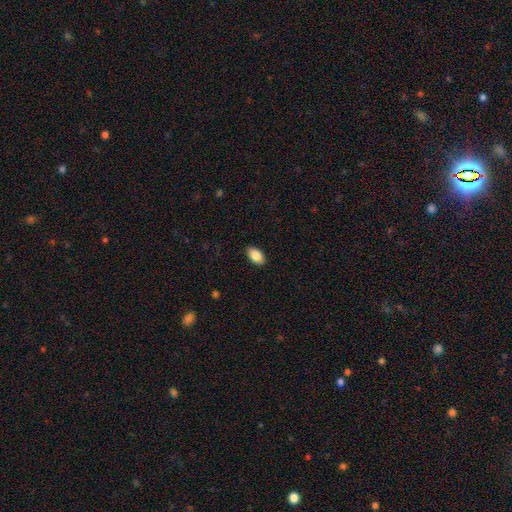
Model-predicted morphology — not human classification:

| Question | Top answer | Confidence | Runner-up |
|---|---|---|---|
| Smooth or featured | smooth | 86% | featured or disk (7%) |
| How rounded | in between | 94% | round (5%) |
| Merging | none | 89% | minor disturbance (8%) |